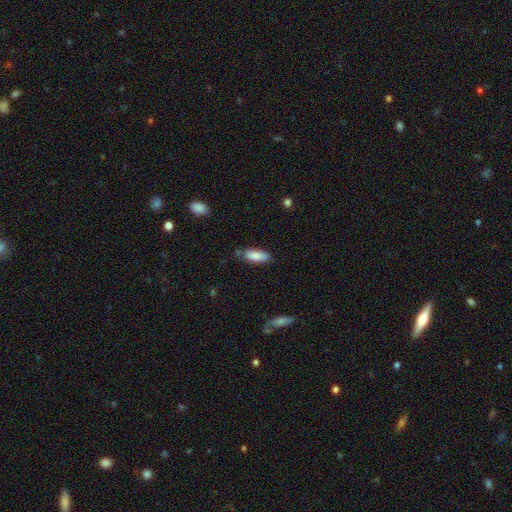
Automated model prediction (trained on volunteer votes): Overall: smooth (85%). How rounded: in between (72%). Merging: none (71%).